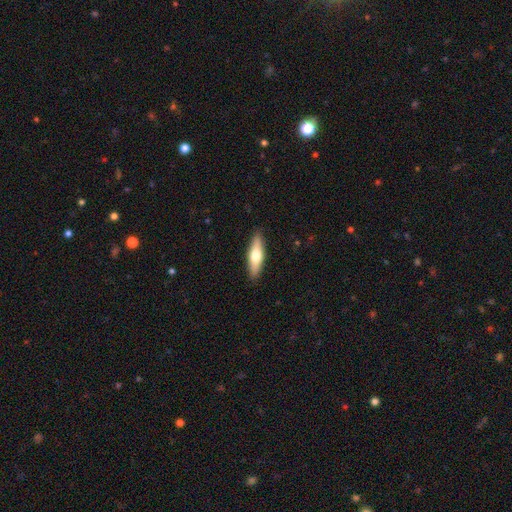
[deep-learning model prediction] A smooth galaxy with no disk features (58%) that is cigar-shaped (57%).

Vote fractions:
- Smooth or featured? smooth: 58% / featured or disk: 37% / star or artifact: 5%
- How rounded? cigar-shaped: 57% / in between: 41% / round: 2%
- Merging? none: 90% / minor disturbance: 8% / major disturbance: 2% / merger: 1%